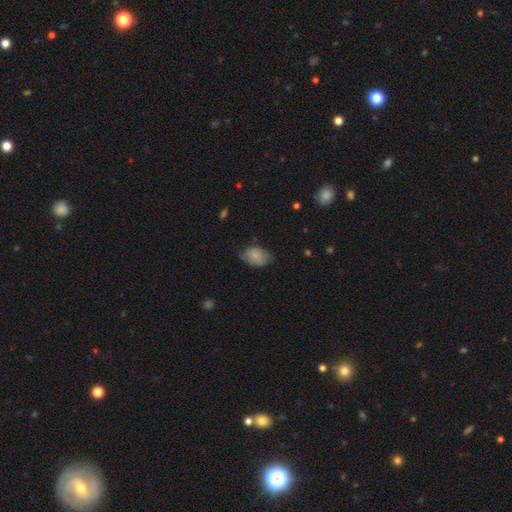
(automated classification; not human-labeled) smooth 78%, featured or disk 14%, star or artifact 8%. Down the decision tree: how rounded — in between (80%); merging — none (60%).